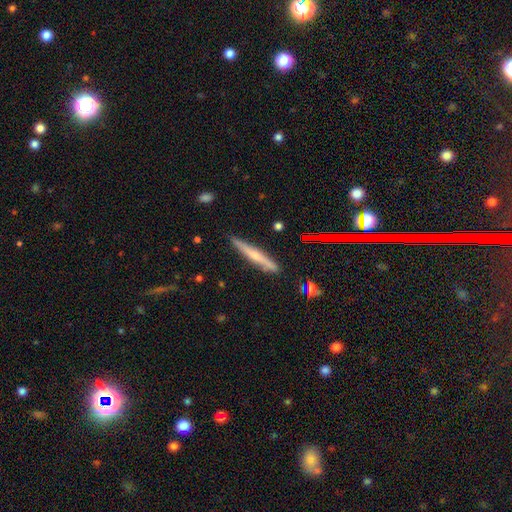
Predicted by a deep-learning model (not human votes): smooth-or-featured: featured or disk: 50% | smooth: 42% | star or artifact: 8%
  merging: none: 85% | minor disturbance: 12% | major disturbance: 2% | merger: 2%